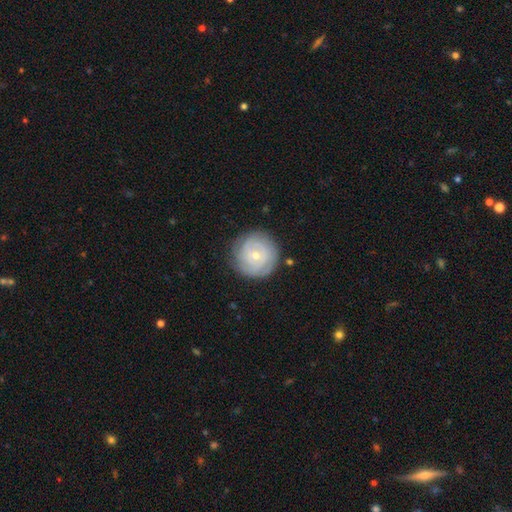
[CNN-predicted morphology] A featured or disk galaxy (56%) with no bar (76%), spiral arms (78%) and a small central bulge (69%). Merging: none (82%).